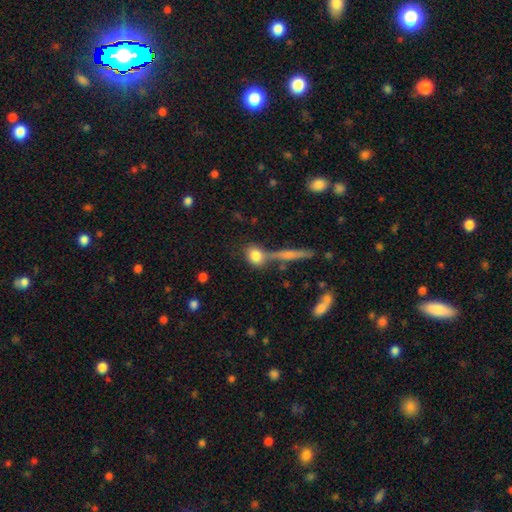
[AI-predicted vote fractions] This is likely a smooth galaxy (79%). How rounded: possibly round (54%). Merging: possibly none (55%).